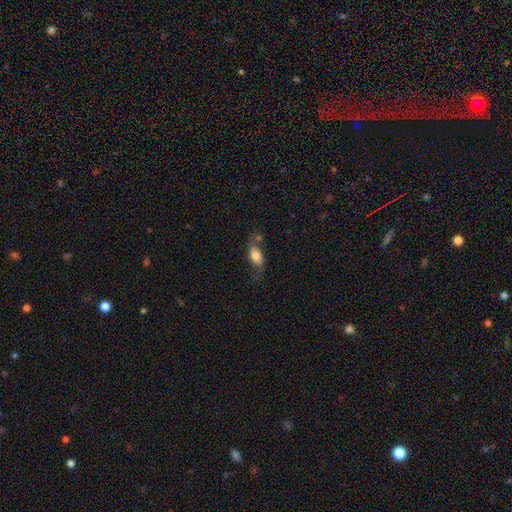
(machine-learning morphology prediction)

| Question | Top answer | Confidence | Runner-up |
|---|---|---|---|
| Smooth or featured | smooth | 69% | featured or disk (24%) |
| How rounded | in between | 85% | cigar-shaped (9%) |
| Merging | none | 49% | minor disturbance (24%) |